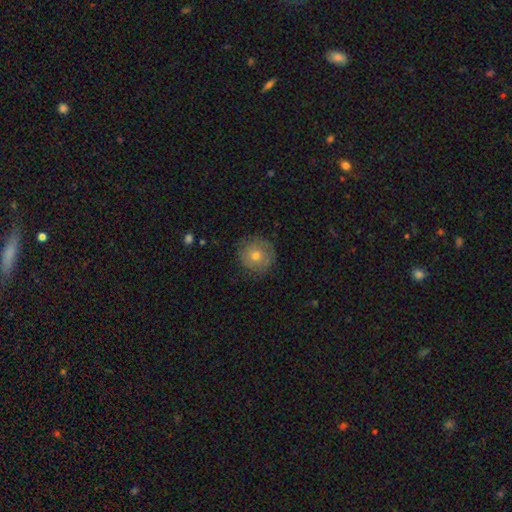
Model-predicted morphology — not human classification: Overall: smooth (57%; featured or disk 35%). How rounded: round (94%). Merging: none (79%).